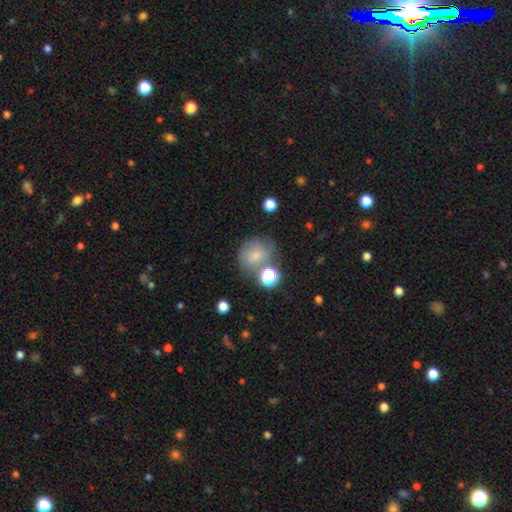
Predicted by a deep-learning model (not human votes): A smooth galaxy with no disk features (71%) that is round (73%). Merging: none (51%).